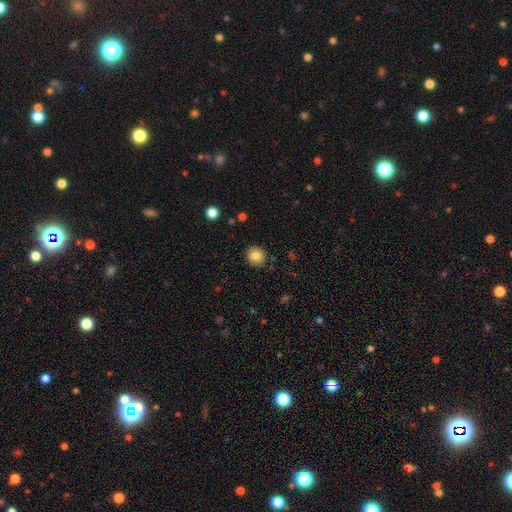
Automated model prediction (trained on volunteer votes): A smooth galaxy with no disk features (84%) that is round (85%). Merging: none (89%).